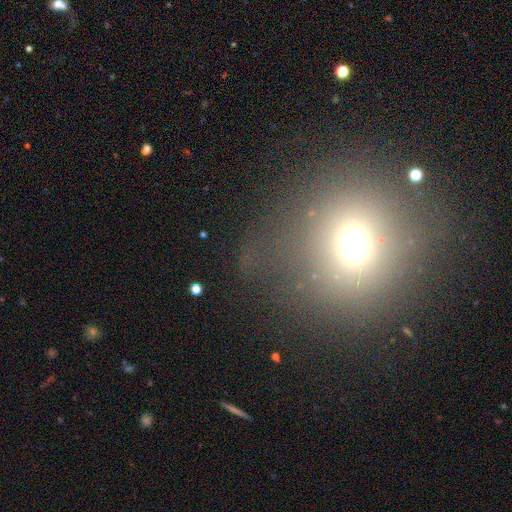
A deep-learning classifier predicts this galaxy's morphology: smooth_or_featured: smooth (p=0.52) [alt: star or artifact p=0.34]
how_rounded: round (p=0.84) [alt: in between p=0.14]
merging: none (p=0.75) [alt: minor disturbance p=0.13]